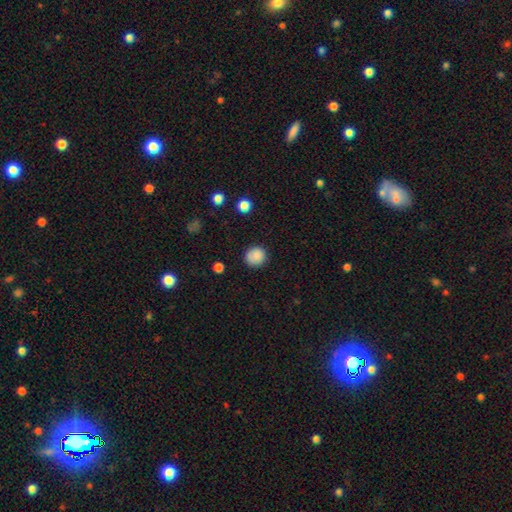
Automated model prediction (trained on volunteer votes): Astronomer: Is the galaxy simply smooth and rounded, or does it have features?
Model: smooth — 85%.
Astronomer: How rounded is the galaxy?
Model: round — 89%.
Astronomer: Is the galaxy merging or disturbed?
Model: none — 83%.